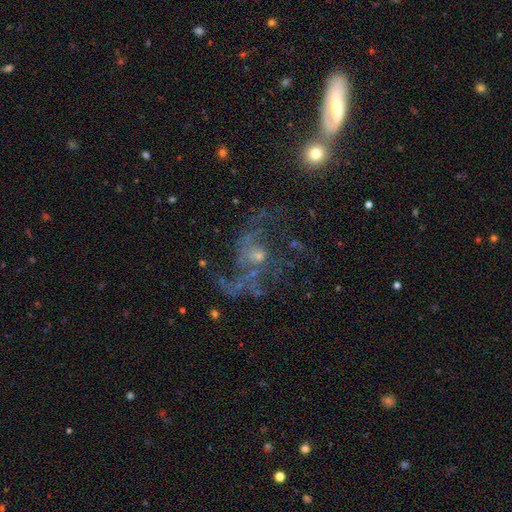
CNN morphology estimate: Smooth or featured?
  - featured or disk: 75% *
  - star or artifact: 13%
  - smooth: 12%
Edge-on disk?
  - no: 98% *
  - yes: 2%
Bar?
  - no: 71% *
  - weak: 24%
  - strong: 5%
Spiral arms?
  - yes: 77% *
  - no: 23%
Spiral winding?
  - loose: 54% *
  - medium: 35%
  - tight: 10%
Spiral arm count?
  - 2: 52% *
  - can't tell: 18%
  - 1: 11%
  - 3: 11%
  - 4: 4%
  - more than 4: 4%
Bulge size?
  - small: 59% *
  - moderate: 26%
  - none: 11%
  - large: 2%
  - dominant: 1%
Merging?
  - none: 44% *
  - major disturbance: 33%
  - minor disturbance: 16%
  - merger: 7%